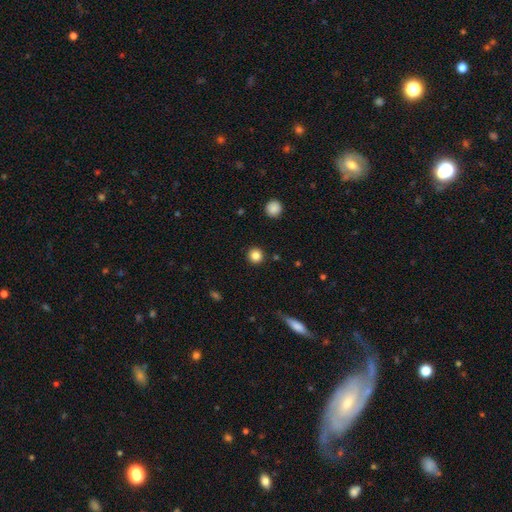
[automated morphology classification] Smooth or featured: smooth — 83% (star or artifact — 12%)
How rounded: round — 95% (in between — 4%)
Merging: none — 92% (minor disturbance — 5%)